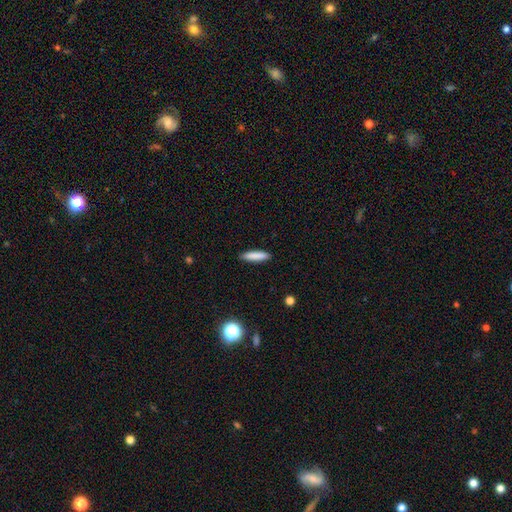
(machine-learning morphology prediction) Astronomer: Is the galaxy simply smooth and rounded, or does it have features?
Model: smooth — 84%.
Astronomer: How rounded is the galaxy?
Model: cigar-shaped — 81%.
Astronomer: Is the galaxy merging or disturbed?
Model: none — 90%.